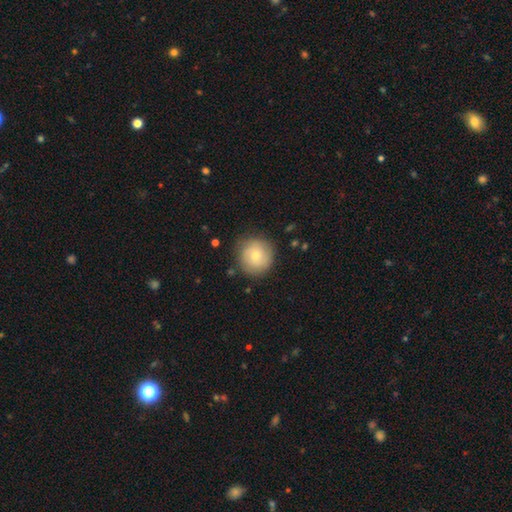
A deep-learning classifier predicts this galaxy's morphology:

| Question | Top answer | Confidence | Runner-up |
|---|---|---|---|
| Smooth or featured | smooth | 69% | featured or disk (24%) |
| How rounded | round | 93% | in between (6%) |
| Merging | none | 82% | minor disturbance (12%) |